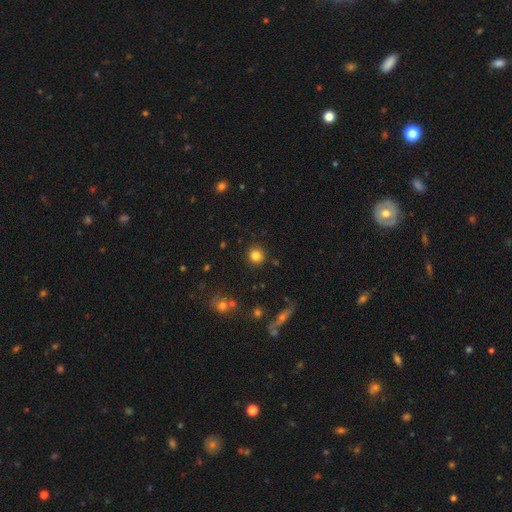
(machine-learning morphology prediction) Q: Smooth or featured?
A: smooth (82%); runner-up: star or artifact (12%)
Q: How rounded?
A: round (93%); runner-up: in between (6%)
Q: Merging?
A: none (90%); runner-up: minor disturbance (6%)